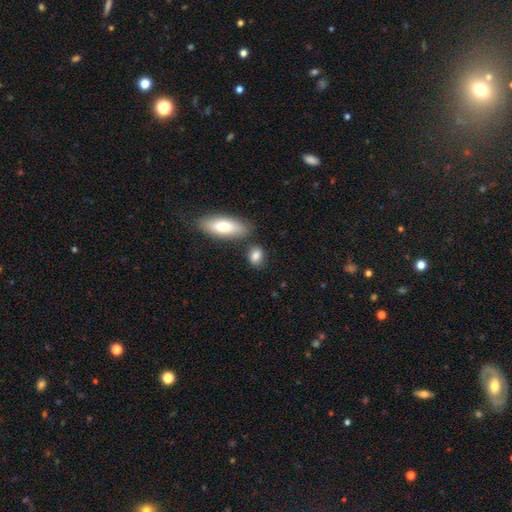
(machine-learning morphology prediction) smooth-or-featured: smooth: 83% | featured or disk: 9% | star or artifact: 8%
  how-rounded: in between: 71% | round: 24% | cigar-shaped: 5%
  merging: none: 67% | minor disturbance: 16% | merger: 13% | major disturbance: 5%